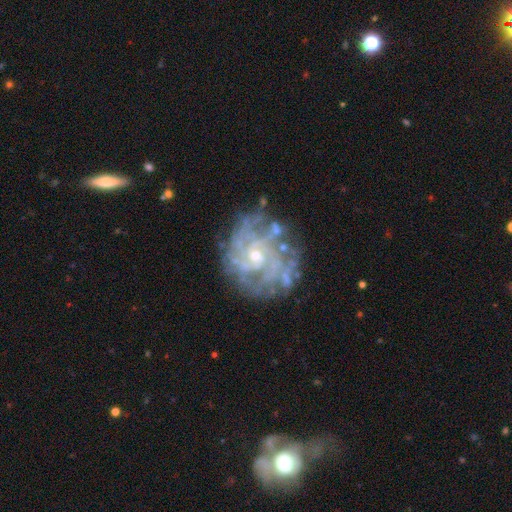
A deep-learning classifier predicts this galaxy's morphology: Smooth or featured? featured or disk (86%)
Edge-on disk? no (98%)
Bar? no (74%)
Spiral arms? yes (91%)
Spiral winding? tight (63%)
Spiral arm count? can't tell (39%)
Bulge size? small (59%)
Merging? none (70%)